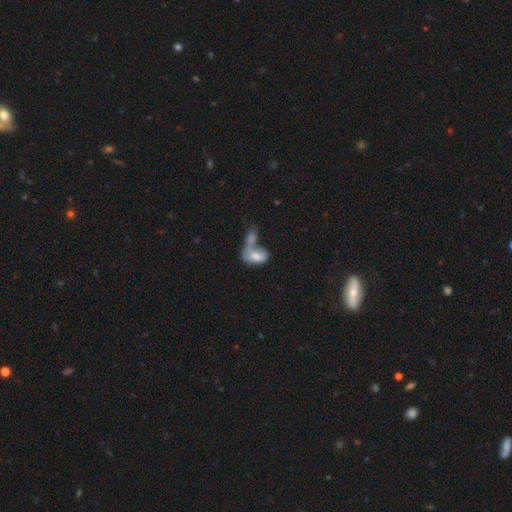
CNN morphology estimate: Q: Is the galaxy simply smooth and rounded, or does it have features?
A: smooth — 68%.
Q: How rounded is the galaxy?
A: in between — 87%.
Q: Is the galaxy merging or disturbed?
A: merger — 66%.